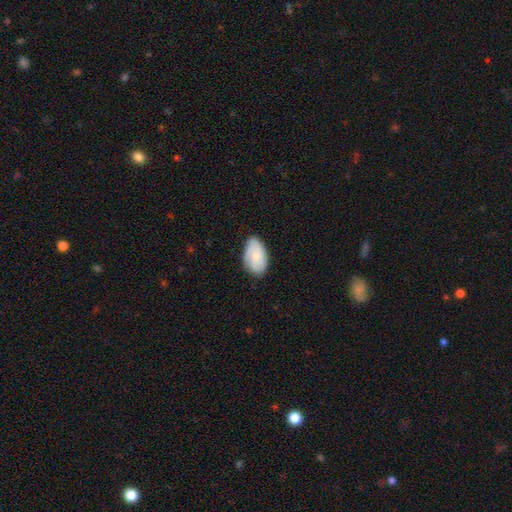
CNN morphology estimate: Overall: smooth (69%). How rounded: in between (93%). Merging: none (70%).